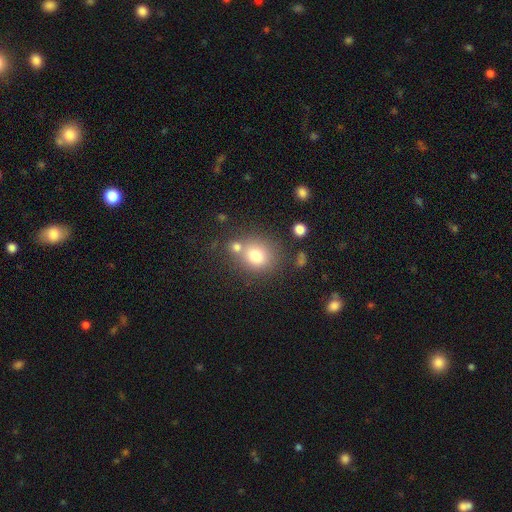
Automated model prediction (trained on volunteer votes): Overall: smooth (76%). How rounded: round (78%). Merging: none (59%; merger 25%).